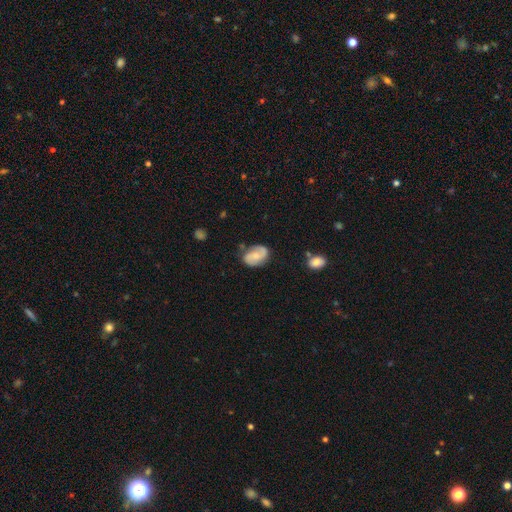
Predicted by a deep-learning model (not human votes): This is likely a featured or disk galaxy (66%). It is clearly not viewed edge-on (97%). Bar: possibly no (55%). Spiral arm pattern: clearly yes (93%). Spiral arm count: clearly 2 (89%). Spiral winding: possibly medium (45%). Central bulge: possibly small (50%). Merging: likely none (75%).